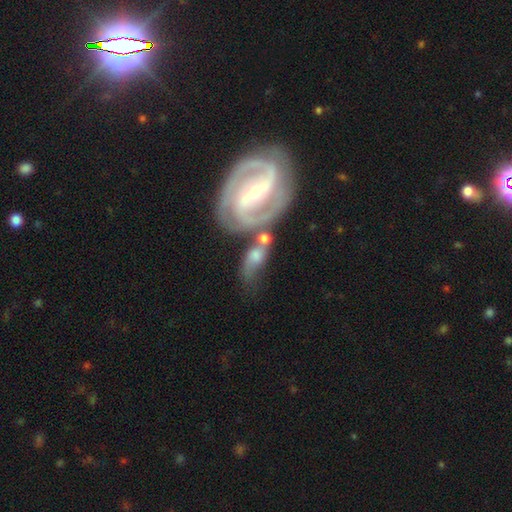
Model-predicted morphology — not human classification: Smooth or featured?
  - featured or disk: 55% *
  - smooth: 36%
  - star or artifact: 8%
Edge-on disk?
  - no: 91% *
  - yes: 9%
Bar?
  - no: 51% *
  - weak: 36%
  - strong: 14%
Spiral arms?
  - yes: 78% *
  - no: 22%
Bulge size?
  - moderate: 49% *
  - small: 34%
  - large: 8%
  - none: 6%
  - dominant: 2%
Merging?
  - merger: 45% *
  - none: 28%
  - minor disturbance: 15%
  - major disturbance: 13%